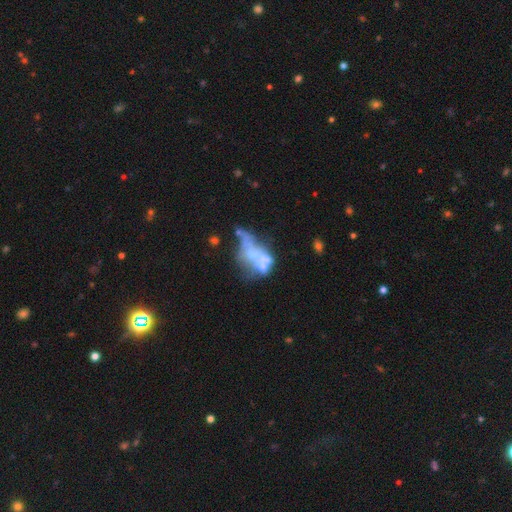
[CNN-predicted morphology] Overall: featured or disk (57%; smooth 29%). Edge-on disk: no (96%). Bar: no (93%). Spiral arms: no (96%). Bulge size: none (72%). Merging: merger (37%; major disturbance 31%).